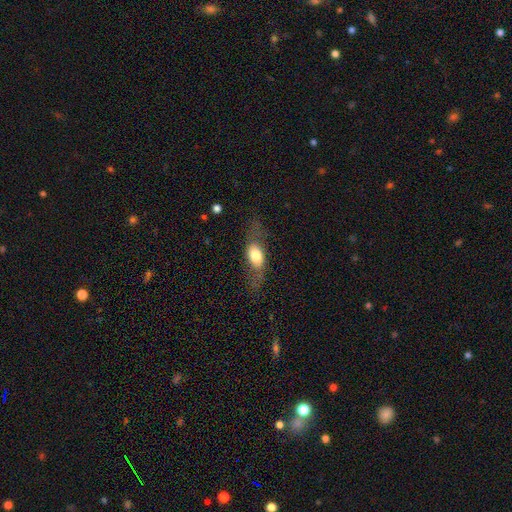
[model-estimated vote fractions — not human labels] smooth-or-featured: smooth: 56% | featured or disk: 37% | star or artifact: 7%
  how-rounded: in between: 70% | cigar-shaped: 17% | round: 14%
  merging: none: 62% | minor disturbance: 20% | major disturbance: 16% | merger: 2%